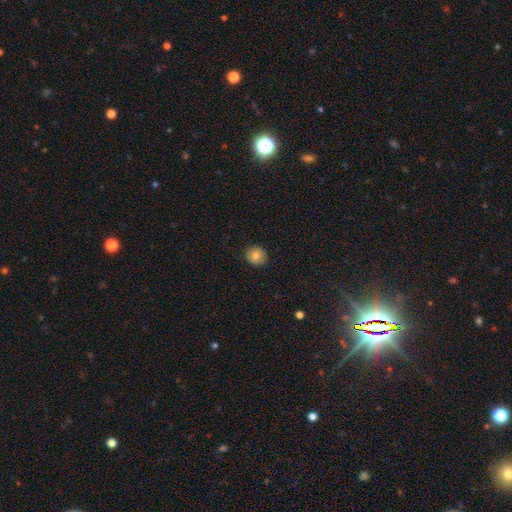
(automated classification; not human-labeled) smooth-or-featured: smooth: 79% | featured or disk: 12% | star or artifact: 10%
  how-rounded: round: 87% | in between: 13% | cigar-shaped: 1%
  merging: none: 89% | minor disturbance: 8% | major disturbance: 2% | merger: 1%